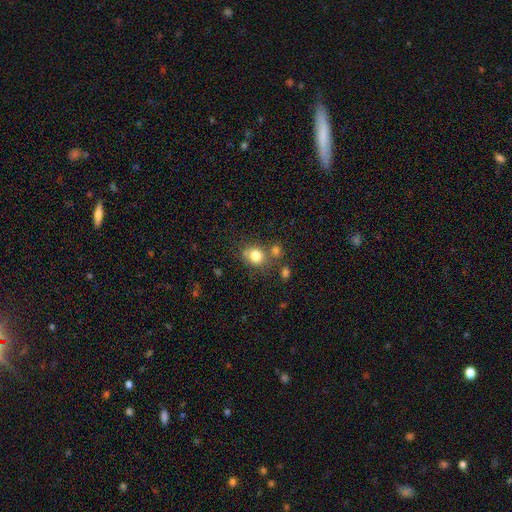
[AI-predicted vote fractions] This appears to be a smooth galaxy with no disk features (79%) that is round (73%). Merging: none (60%).